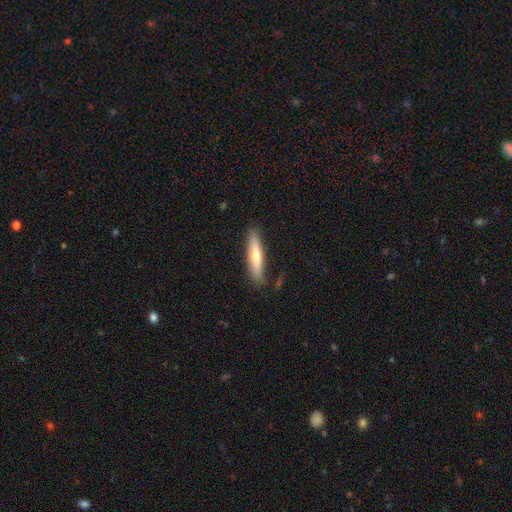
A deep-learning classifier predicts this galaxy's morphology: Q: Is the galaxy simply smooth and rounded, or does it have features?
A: smooth — 55%.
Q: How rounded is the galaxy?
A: cigar-shaped — 85%.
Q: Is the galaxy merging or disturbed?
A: none — 86%.